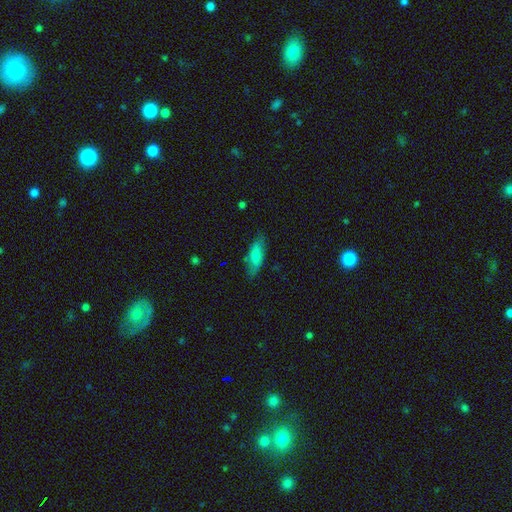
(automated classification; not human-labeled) Smooth or featured? Predicted: smooth (p=0.74). How rounded? Predicted: in between (p=0.63). Merging? Predicted: none (p=0.74).